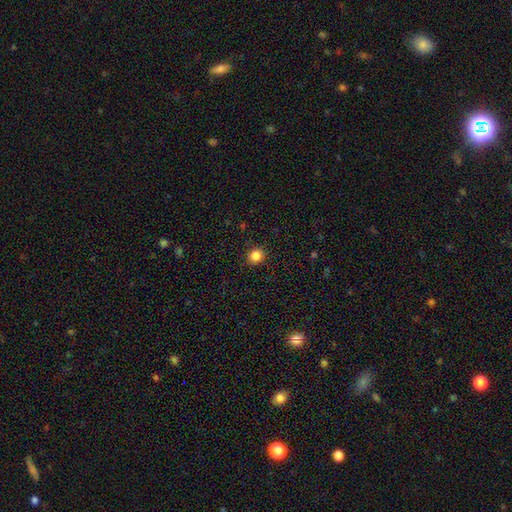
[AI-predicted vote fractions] smooth_or_featured: smooth (p=0.85) [alt: star or artifact p=0.11]
how_rounded: round (p=0.83) [alt: in between p=0.17]
merging: none (p=0.91) [alt: minor disturbance p=0.06]